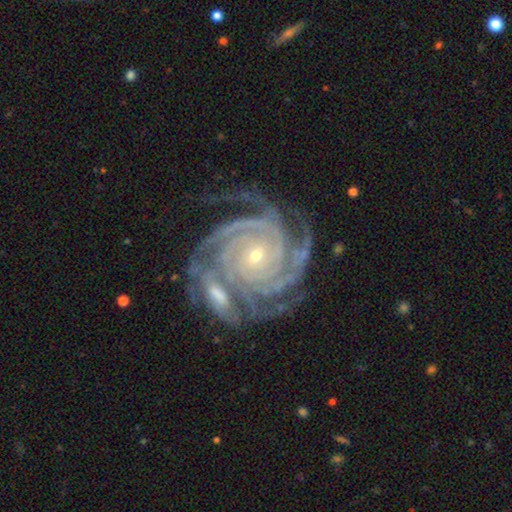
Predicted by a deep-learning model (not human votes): smooth-or-featured: featured or disk: 93% | star or artifact: 5% | smooth: 2%
  disk-edge-on: no: 98% | yes: 2%
    bar: no: 73% | weak: 17% | strong: 11%
    has-spiral-arms: yes: 99% | no: 1%
      spiral-winding: tight: 86% | medium: 12% | loose: 2%
      spiral-arm-count: 4: 39% | 3: 19% | more than 4: 18% | can't tell: 10% | 2: 8% | 1: 7%
    bulge-size: small: 79% | moderate: 18% | large: 1% | none: 1% | dominant: 1%
  merging: none: 58% | merger: 20% | minor disturbance: 16% | major disturbance: 6%